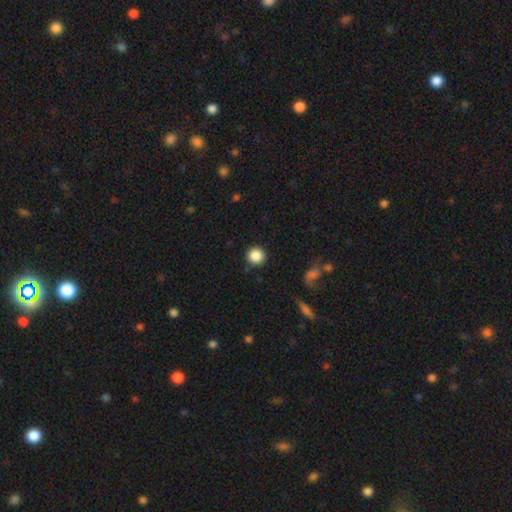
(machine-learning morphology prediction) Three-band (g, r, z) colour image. It shows a smooth galaxy with no disk features (86%) that is round (94%). Merging: none (90%).